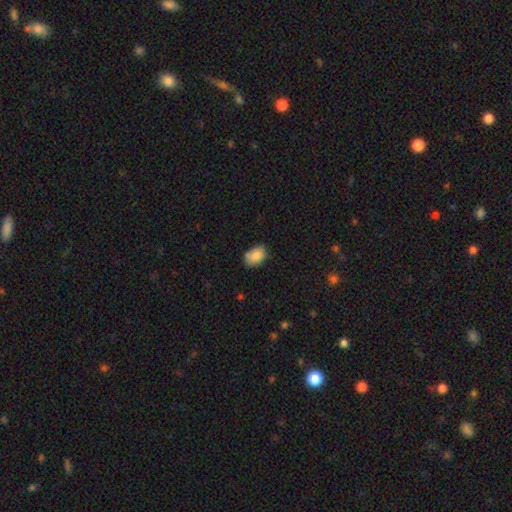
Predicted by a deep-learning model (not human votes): Smooth or featured?
  - smooth: 86% *
  - star or artifact: 8%
  - featured or disk: 7%
How rounded?
  - in between: 83% *
  - round: 15%
  - cigar-shaped: 1%
Merging?
  - none: 71% *
  - minor disturbance: 22%
  - major disturbance: 4%
  - merger: 4%